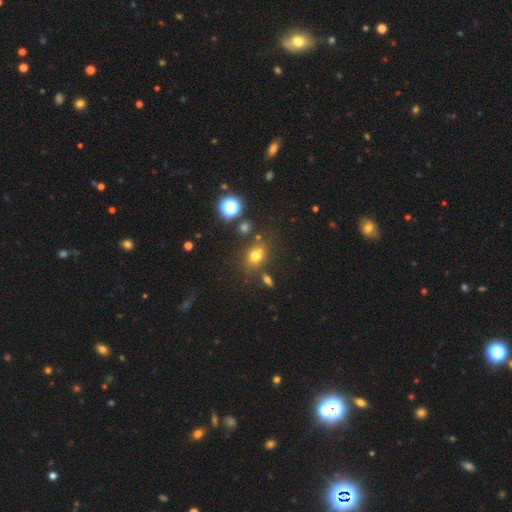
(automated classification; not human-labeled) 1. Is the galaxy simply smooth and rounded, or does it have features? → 69% smooth, 19% star or artifact, 12% featured or disk.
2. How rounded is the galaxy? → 57% in between, 40% round, 2% cigar-shaped.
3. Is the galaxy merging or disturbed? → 69% none, 15% minor disturbance, 11% merger, 5% major disturbance.